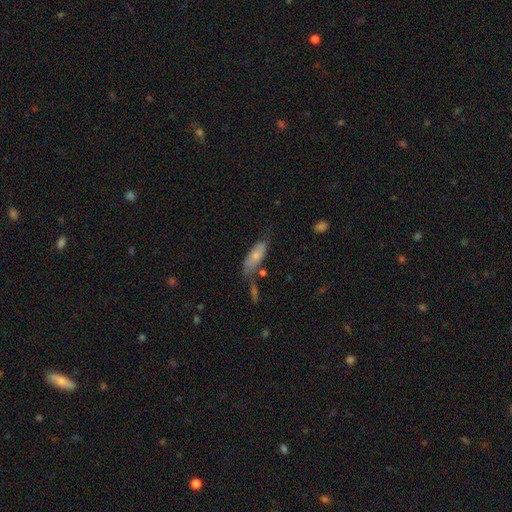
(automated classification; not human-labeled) A smooth galaxy with no disk features (68%) that is in between round and cigar-shaped (74%).

Vote fractions:
- Smooth or featured? smooth: 68% / featured or disk: 25% / star or artifact: 7%
- How rounded? in between: 74% / cigar-shaped: 24% / round: 2%
- Merging? none: 45% / minor disturbance: 28% / merger: 16% / major disturbance: 12%